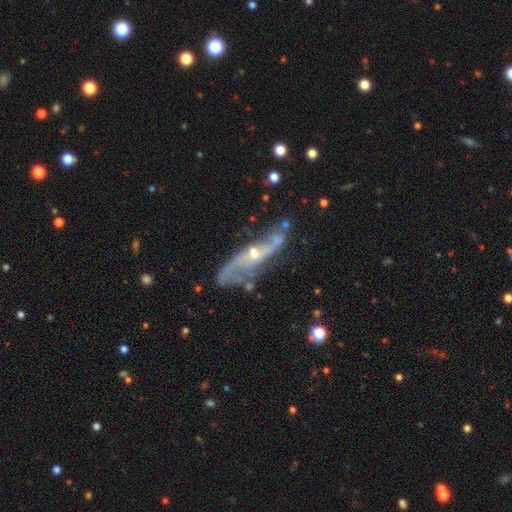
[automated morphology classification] The model was most divided on "bulge size": small: 56%, moderate: 39%, none: 3%, large: 2%, dominant: 1%. More confident: spiral arms — yes (92%); smooth or featured — featured or disk (84%); spiral arm count — 2 (82%); edge-on disk — no (78%); spiral winding — loose (67%); merging — none (61%); bar — no (56%).